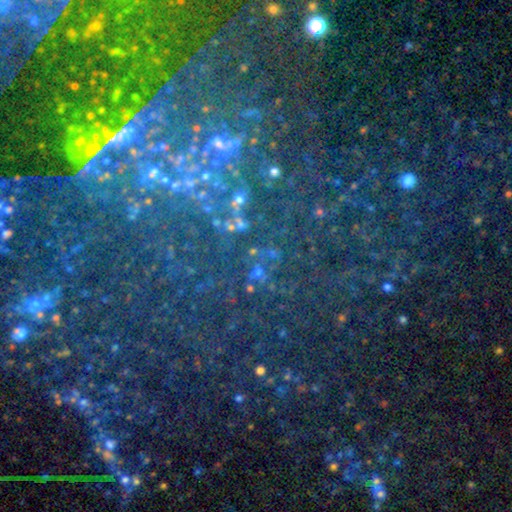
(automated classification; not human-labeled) Smooth or featured?
  - star or artifact: 78% *
  - smooth: 12%
  - featured or disk: 11%